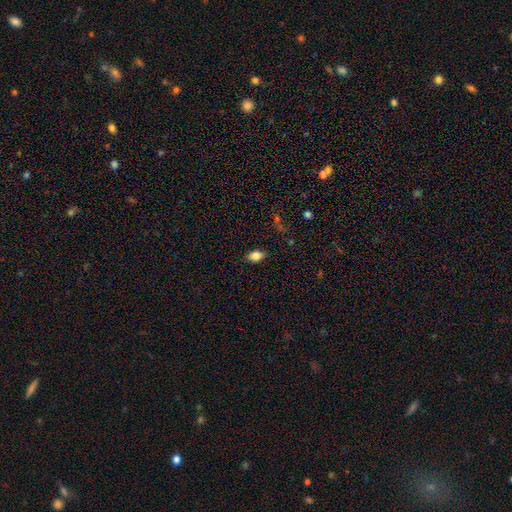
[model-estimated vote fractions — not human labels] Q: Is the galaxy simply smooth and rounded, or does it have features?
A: smooth — 81%.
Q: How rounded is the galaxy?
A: in between — 82%.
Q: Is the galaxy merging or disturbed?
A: none — 84%.